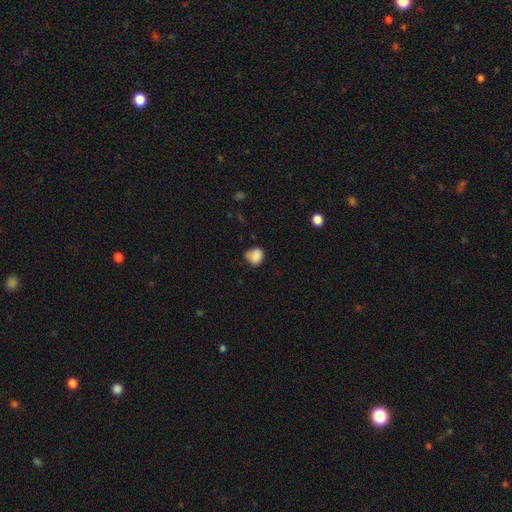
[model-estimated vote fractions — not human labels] Morphology: type=smooth (85%); roundness=round (64%); merging=none (55%).